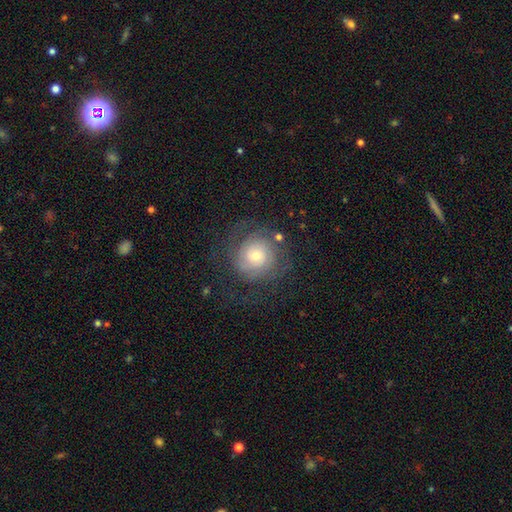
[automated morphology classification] type=featured or disk (61%); edge-on=no (97%); bar=no (81%); spiral arms=yes (83%); bulge=small (45%); merging=none (68%).